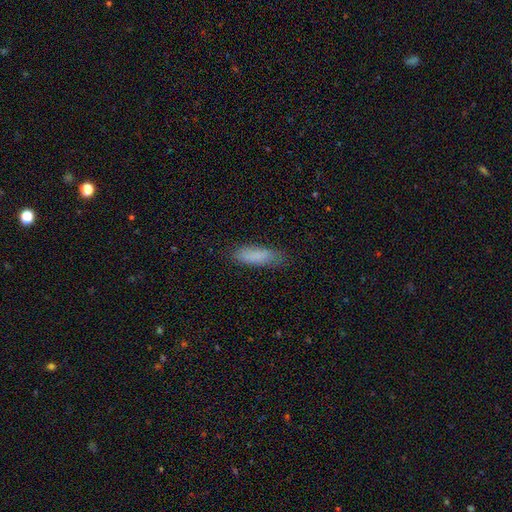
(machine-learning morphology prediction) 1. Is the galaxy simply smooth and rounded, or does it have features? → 84% smooth, 9% featured or disk, 7% star or artifact.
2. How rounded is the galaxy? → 53% cigar-shaped, 45% in between, 2% round.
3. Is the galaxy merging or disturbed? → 78% none, 16% minor disturbance, 4% major disturbance, 1% merger.